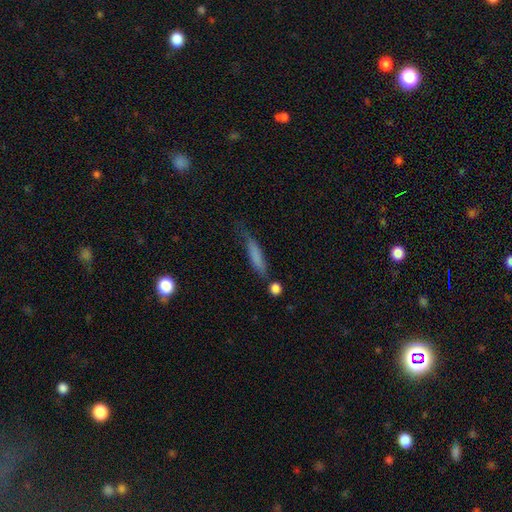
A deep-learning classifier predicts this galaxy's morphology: Smooth or featured? Predicted: smooth (p=0.70). How rounded? Predicted: cigar-shaped (p=0.83). Merging? Predicted: none (p=0.51).